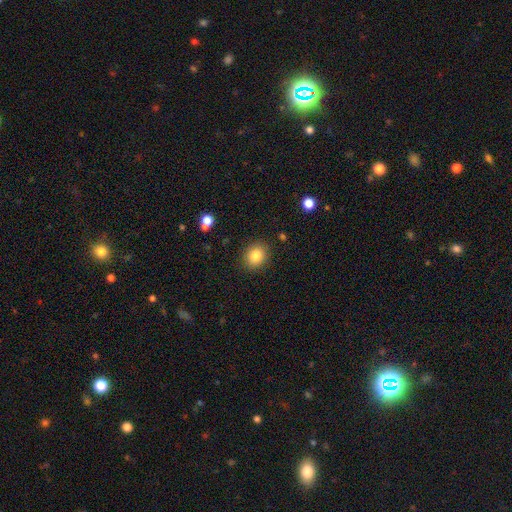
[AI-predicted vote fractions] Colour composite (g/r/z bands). It shows a smooth galaxy with no disk features (84%) that is round (69%). Merging: none (88%).